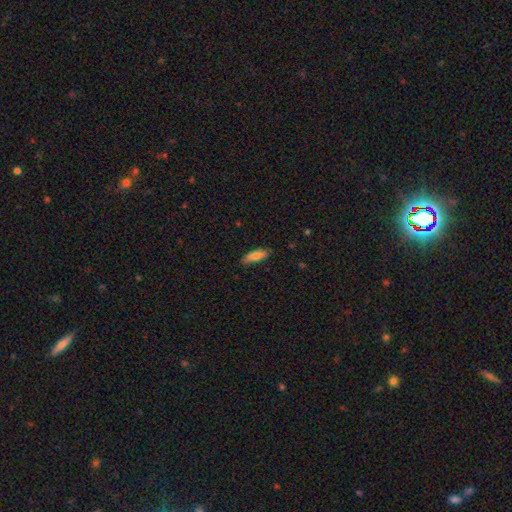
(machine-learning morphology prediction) smooth 79%, featured or disk 14%, star or artifact 6%. Down the decision tree: how rounded — in between (57%); merging — none (80%).